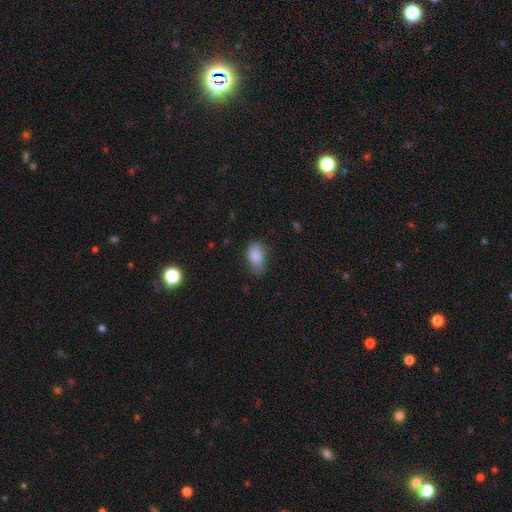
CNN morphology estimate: smooth_or_featured: smooth (p=0.85) [alt: star or artifact p=0.08]
how_rounded: in between (p=0.89) [alt: round p=0.09]
merging: none (p=0.54) [alt: minor disturbance p=0.34]